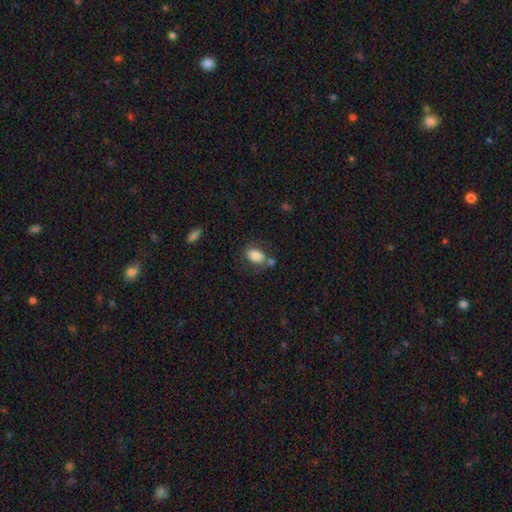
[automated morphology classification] Smooth or featured? Predicted: smooth (p=0.79). How rounded? Predicted: in between (p=0.85). Merging? Predicted: none (p=0.59).